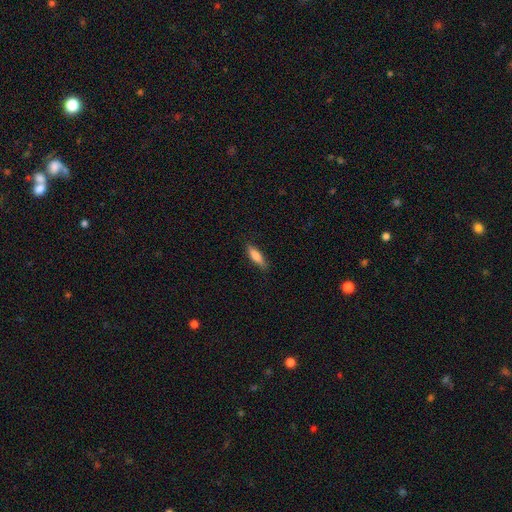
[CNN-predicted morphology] A smooth galaxy with no disk features (79%) that is cigar-shaped (57%). Merging: none (84%).